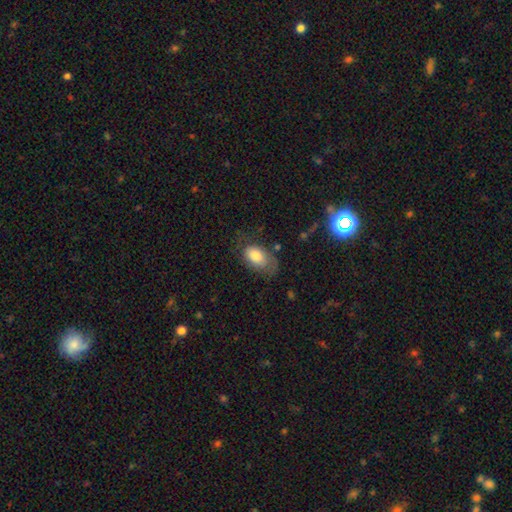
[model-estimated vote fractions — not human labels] This appears to be a smooth galaxy with no disk features (75%) that is in between round and cigar-shaped (91%). Merging: none (50%).